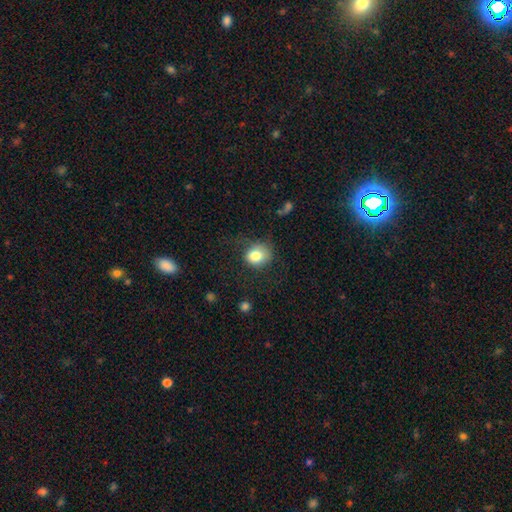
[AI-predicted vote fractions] This is clearly a smooth galaxy (81%). How rounded: likely round (66%). Merging: possibly none (59%).